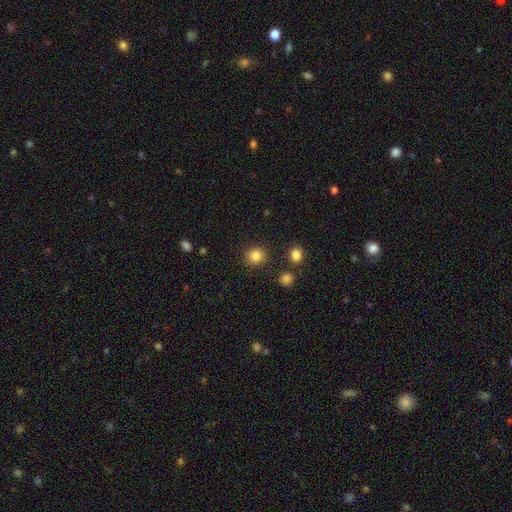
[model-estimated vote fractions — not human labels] Smooth or featured?
  - smooth: 84% *
  - star or artifact: 11%
  - featured or disk: 5%
How rounded?
  - round: 79% *
  - in between: 20%
  - cigar-shaped: 1%
Merging?
  - none: 87% *
  - minor disturbance: 8%
  - merger: 3%
  - major disturbance: 3%